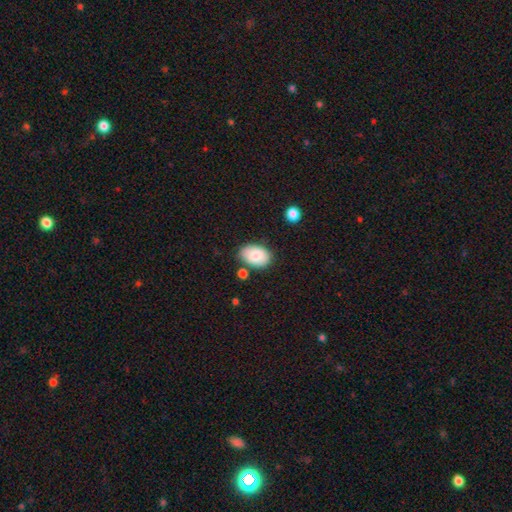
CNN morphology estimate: Smooth or featured: smooth — 82% (featured or disk — 11%)
How rounded: in between — 85% (round — 14%)
Merging: none — 71% (minor disturbance — 18%)